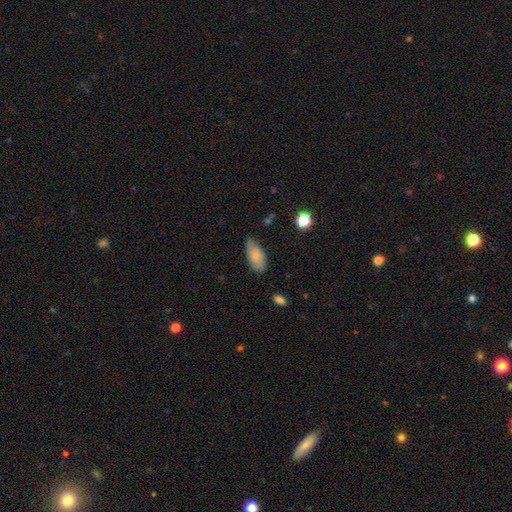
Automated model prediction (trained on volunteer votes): Smooth or featured? Predicted: smooth (p=0.77). How rounded? Predicted: in between (p=0.91). Merging? Predicted: none (p=0.74).